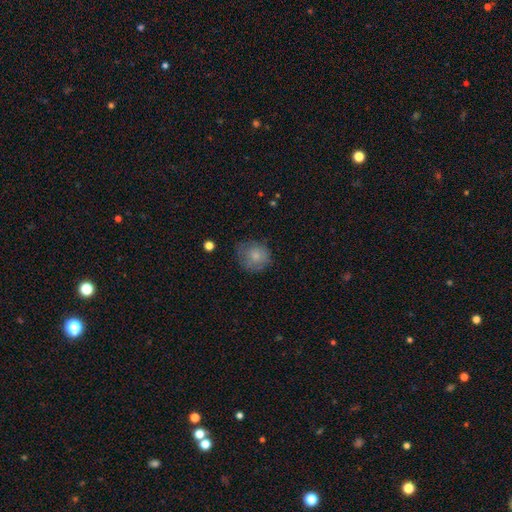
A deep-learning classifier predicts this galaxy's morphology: A smooth galaxy with no disk features (78%) that is round (84%). Merging: none (61%).